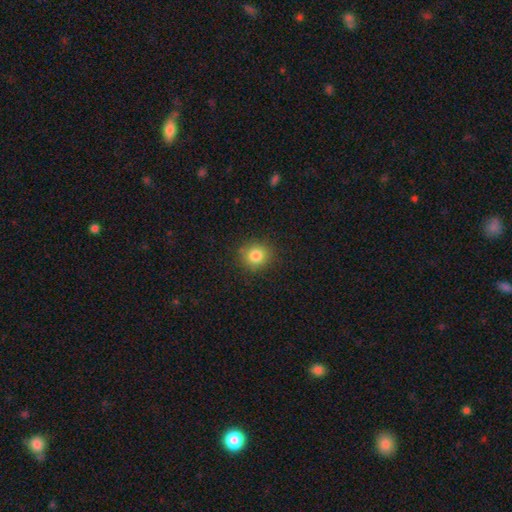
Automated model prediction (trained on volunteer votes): A smooth galaxy with no disk features (83%) that is round (85%).

Vote fractions:
- Smooth or featured? smooth: 83% / star or artifact: 11% / featured or disk: 6%
- How rounded? round: 85% / in between: 14% / cigar-shaped: 1%
- Merging? none: 85% / minor disturbance: 11% / major disturbance: 3% / merger: 1%